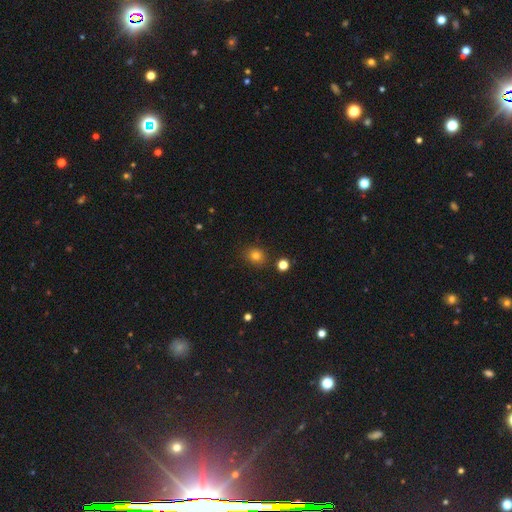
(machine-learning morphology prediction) Smooth or featured: smooth — 78% (star or artifact — 15%)
How rounded: round — 72% (in between — 27%)
Merging: none — 85% (minor disturbance — 9%)